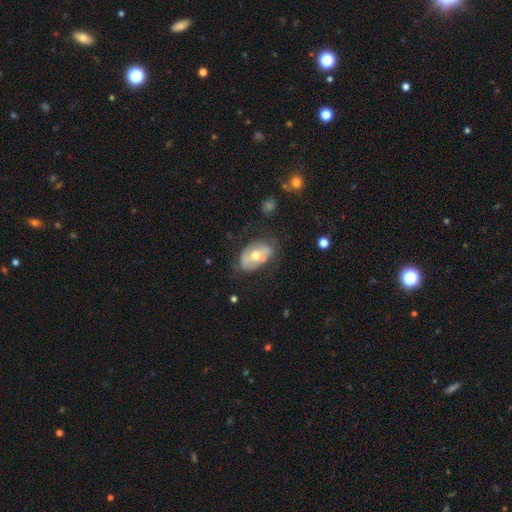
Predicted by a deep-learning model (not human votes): A featured or disk galaxy (51%).

Vote fractions:
- Smooth or featured? featured or disk: 51% / smooth: 42% / star or artifact: 7%
- Edge-on disk? no: 91% / yes: 9%
- Merging? none: 54% / minor disturbance: 25% / major disturbance: 11% / merger: 10%